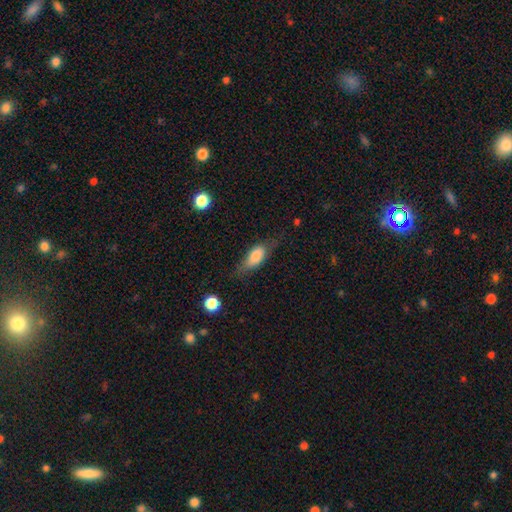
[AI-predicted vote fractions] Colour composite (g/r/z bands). It shows a smooth galaxy with no disk features (73%) that is in between round and cigar-shaped (76%). Merging: none (61%).